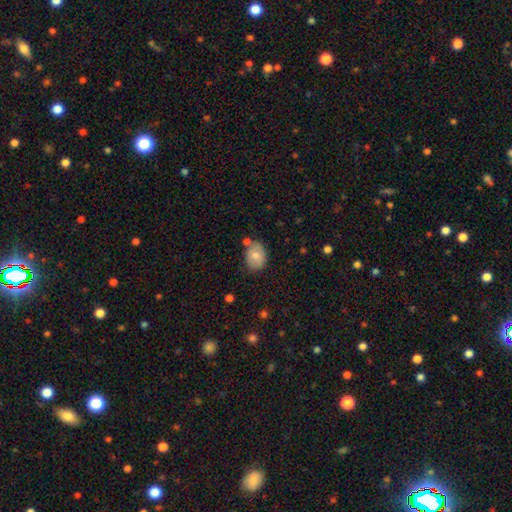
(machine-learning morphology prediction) Overall: smooth (73%). How rounded: in between (64%; round 35%). Merging: none (61%).